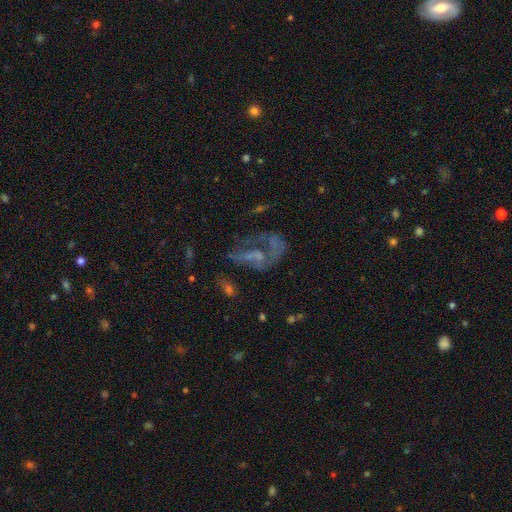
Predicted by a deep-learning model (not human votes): featured or disk 54%, star or artifact 25%, smooth 22%. Down the decision tree: edge-on disk — no (95%); bar — no (73%); spiral arms — no (63%); bulge size — none (55%); merging — major disturbance (42%).